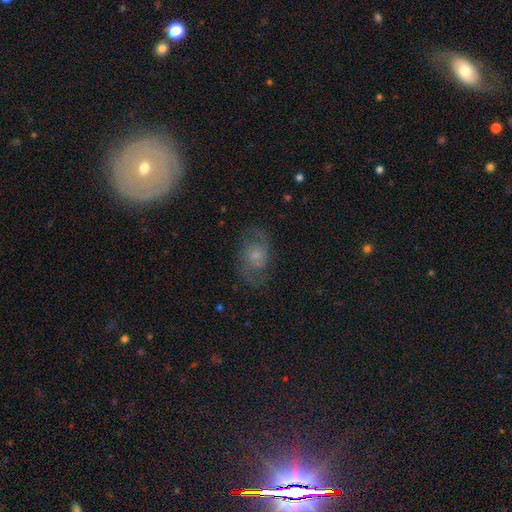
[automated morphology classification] Smooth or featured: featured or disk — 70% (smooth — 19%)
Edge-on disk: no — 97% (yes — 3%)
Bar: no — 66% (weak — 30%)
Spiral arms: yes — 91% (no — 9%)
Spiral winding: medium — 52% (loose — 25%)
Spiral arm count: 2 — 80% (can't tell — 11%)
Bulge size: small — 55% (moderate — 29%)
Merging: none — 73% (minor disturbance — 16%)